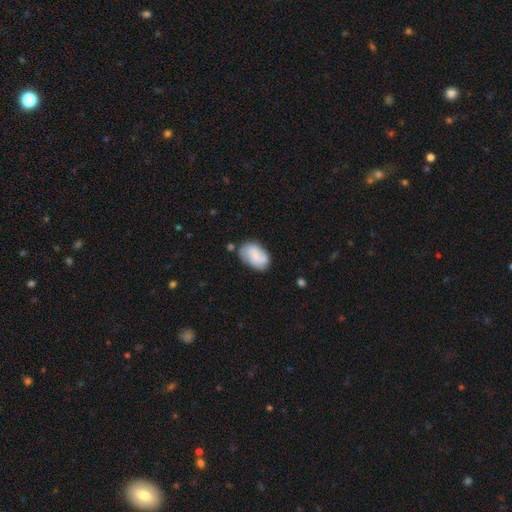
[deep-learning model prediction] smooth-or-featured: smooth: 58% | featured or disk: 34% | star or artifact: 7%
  how-rounded: in between: 89% | round: 9% | cigar-shaped: 1%
  merging: none: 60% | minor disturbance: 25% | major disturbance: 7% | merger: 7%